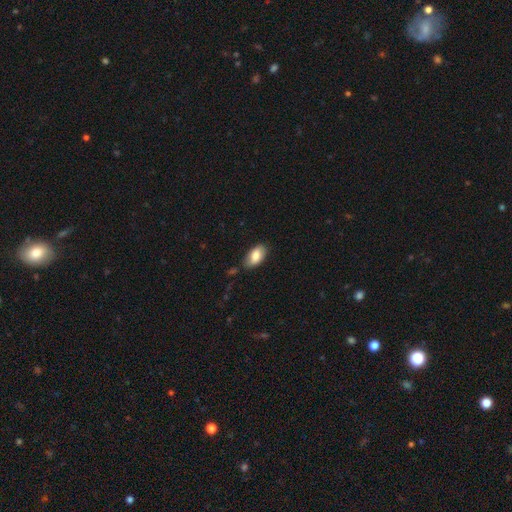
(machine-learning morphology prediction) The model was most divided on "merging": none: 75%, minor disturbance: 18%, major disturbance: 3%, merger: 3%. More confident: how rounded — in between (94%); smooth or featured — smooth (83%).